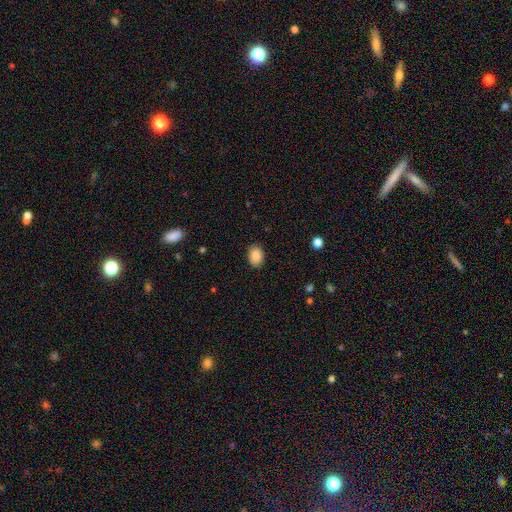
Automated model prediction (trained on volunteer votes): Morphology: type=smooth (88%); roundness=in between (74%); merging=none (86%).